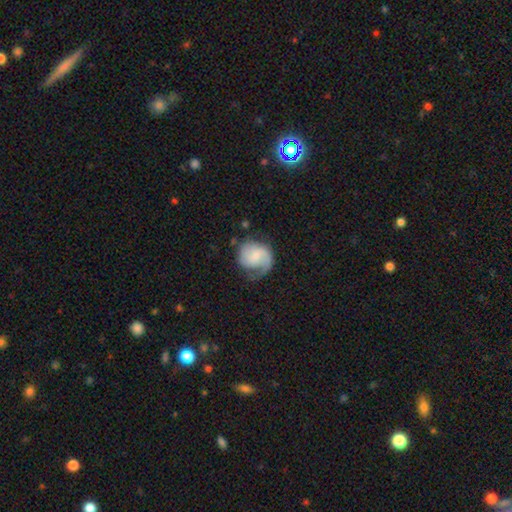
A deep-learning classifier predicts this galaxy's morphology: A featured or disk galaxy (61%) with no bar (56%), 1 (44%) medium (41%) spiral arms (89%) and a small central bulge (60%).

Vote fractions:
- Smooth or featured? featured or disk: 61% / smooth: 33% / star or artifact: 6%
- Edge-on disk? no: 98% / yes: 2%
- Bar? no: 56% / weak: 37% / strong: 7%
- Spiral arms? yes: 89% / no: 11%
- Spiral winding? medium: 41% / loose: 30% / tight: 29%
- Spiral arm count? 1: 44% / 2: 41% / can't tell: 10% / 3: 3% / 4: 1% / more than 4: 1%
- Bulge size? small: 60% / moderate: 27% / none: 9% / large: 3% / dominant: 1%
- Merging? none: 47% / minor disturbance: 27% / major disturbance: 24% / merger: 2%